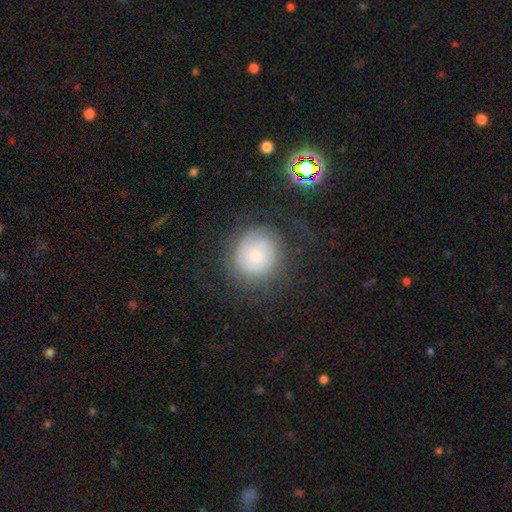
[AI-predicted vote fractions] Smooth or featured?
  - smooth: 52% *
  - featured or disk: 38%
  - star or artifact: 10%
How rounded?
  - round: 84% *
  - in between: 15%
  - cigar-shaped: 1%
Merging?
  - none: 61% *
  - minor disturbance: 19%
  - major disturbance: 18%
  - merger: 2%